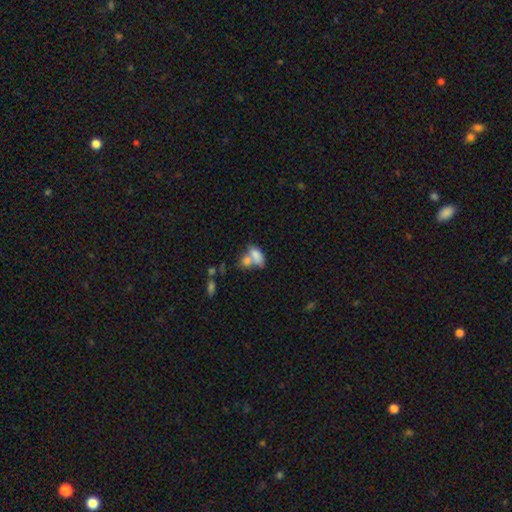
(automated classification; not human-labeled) Smooth or featured? Predicted: smooth (p=0.77). How rounded? Predicted: in between (p=0.87). Merging? Predicted: merger (p=0.57).